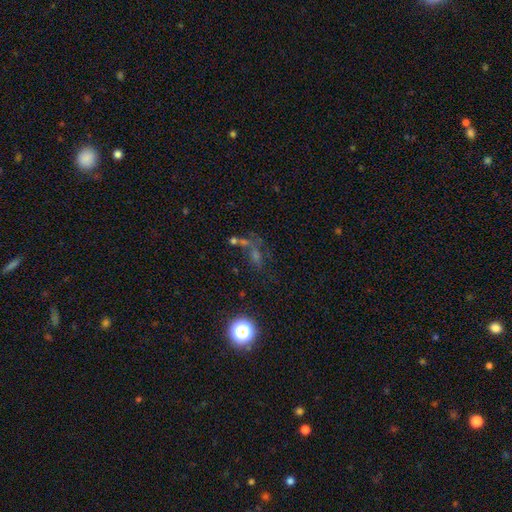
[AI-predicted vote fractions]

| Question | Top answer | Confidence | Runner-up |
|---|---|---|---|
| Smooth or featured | star or artifact | 45% | smooth (30%) |